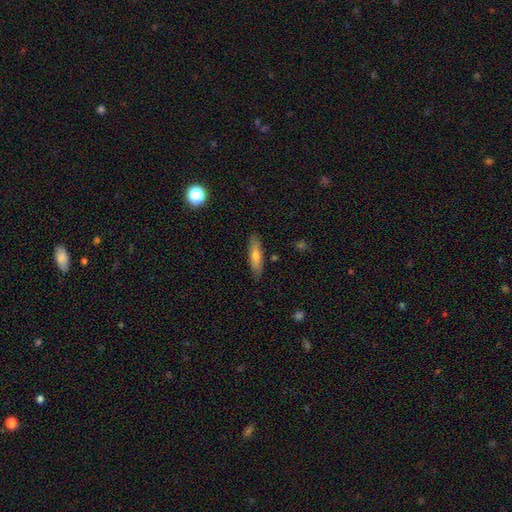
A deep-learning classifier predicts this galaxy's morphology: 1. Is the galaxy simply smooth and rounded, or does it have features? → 68% smooth, 26% featured or disk, 6% star or artifact.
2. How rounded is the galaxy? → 64% cigar-shaped, 34% in between, 2% round.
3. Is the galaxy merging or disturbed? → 85% none, 11% minor disturbance, 2% major disturbance, 2% merger.